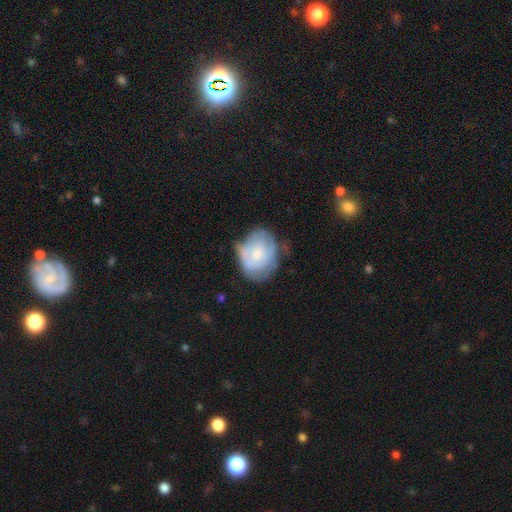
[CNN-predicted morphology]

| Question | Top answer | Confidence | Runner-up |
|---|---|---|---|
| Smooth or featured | smooth | 51% | featured or disk (42%) |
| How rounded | round | 51% | in between (48%) |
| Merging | none | 43% | minor disturbance (35%) |